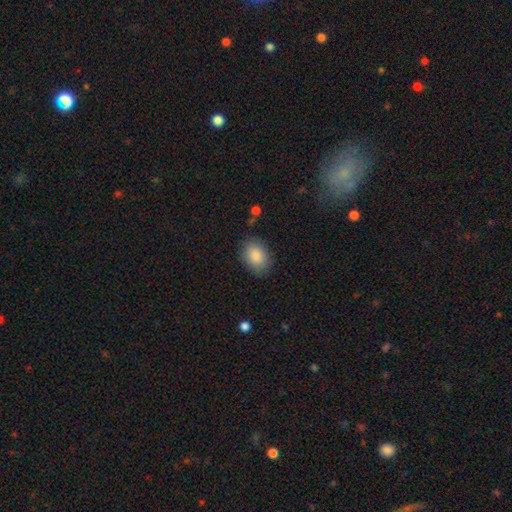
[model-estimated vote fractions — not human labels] The model was most divided on "how rounded": in between: 71%, round: 28%, cigar-shaped: 1%. More confident: smooth or featured — smooth (86%); merging — none (83%).